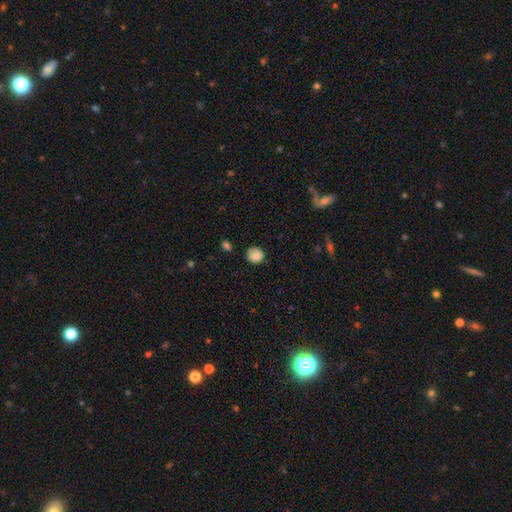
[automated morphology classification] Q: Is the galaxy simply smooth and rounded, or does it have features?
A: smooth — 79%.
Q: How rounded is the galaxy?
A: round — 74%.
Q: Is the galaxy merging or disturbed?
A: none — 63%.